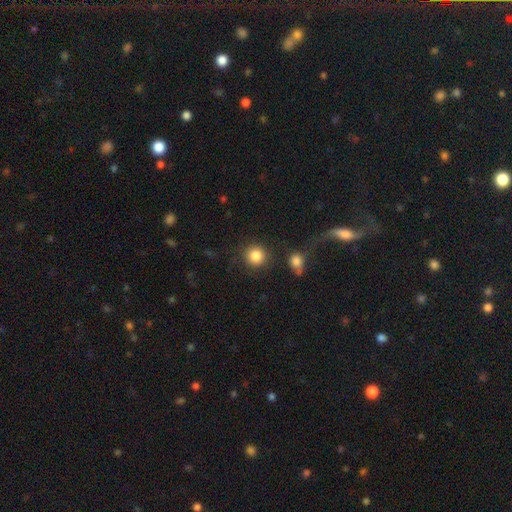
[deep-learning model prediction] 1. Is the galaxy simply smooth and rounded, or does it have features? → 86% smooth, 9% star or artifact, 5% featured or disk.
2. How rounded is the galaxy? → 92% round, 7% in between, 1% cigar-shaped.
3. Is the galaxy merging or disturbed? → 82% none, 8% minor disturbance, 6% merger, 4% major disturbance.